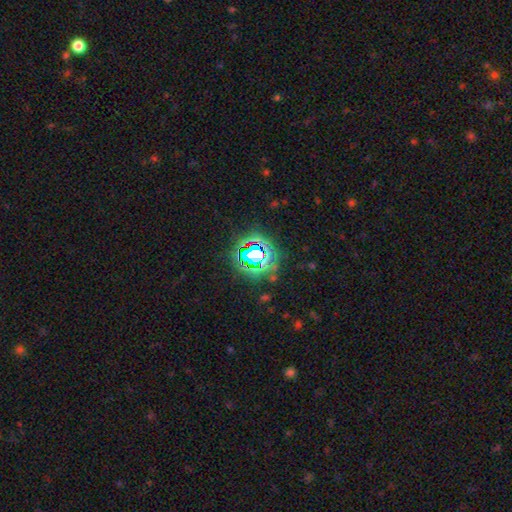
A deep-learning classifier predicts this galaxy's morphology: Smooth or featured? Predicted: star or artifact (p=0.73).